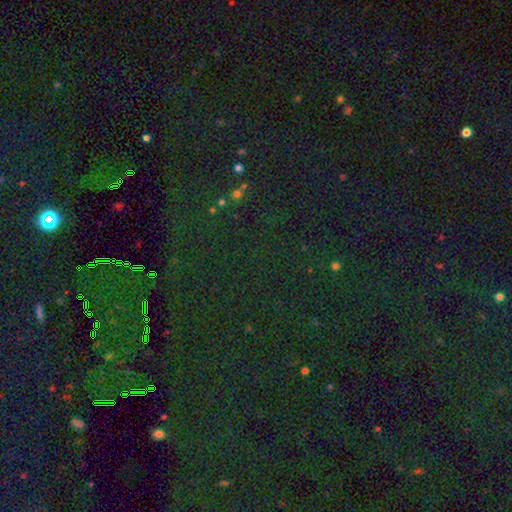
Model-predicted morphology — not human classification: This appears to be a star or artifact, not a galaxy (80%).